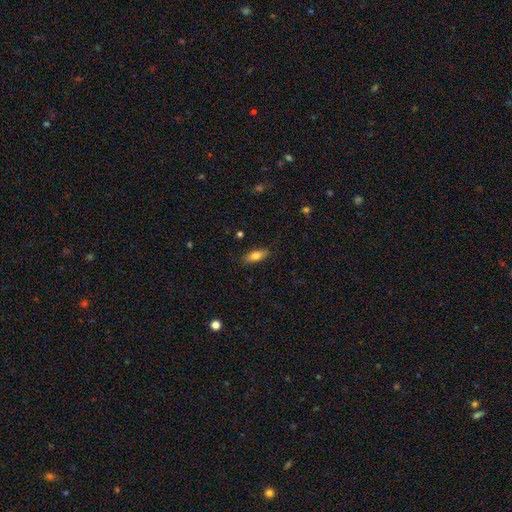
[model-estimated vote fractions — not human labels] This is likely a smooth galaxy (75%). How rounded: likely in between (71%). Merging: clearly none (87%).